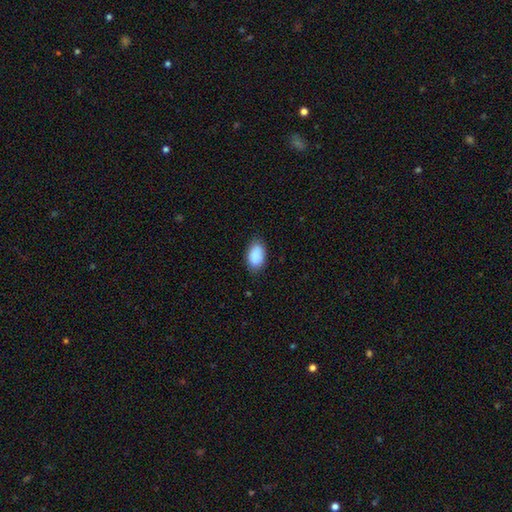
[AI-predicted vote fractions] This appears to be a smooth galaxy with no disk features (90%) that is in between round and cigar-shaped (93%). Merging: none (80%).